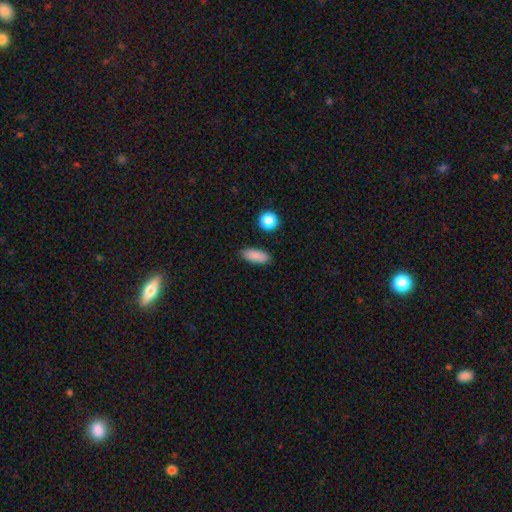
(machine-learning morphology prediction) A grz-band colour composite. It shows a smooth galaxy with no disk features (87%) that is in between round and cigar-shaped (76%). Merging: none (86%).